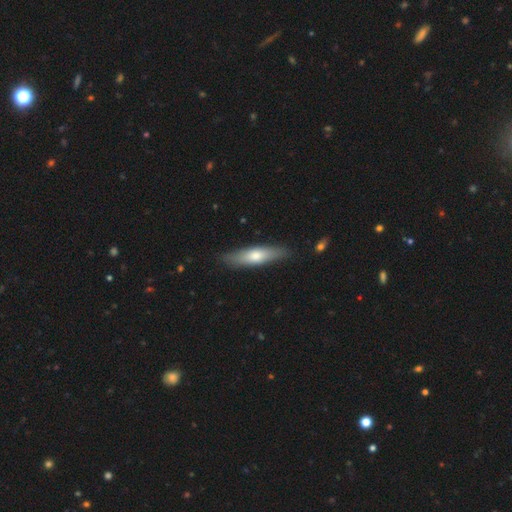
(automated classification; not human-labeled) smooth 63%, featured or disk 32%, star or artifact 5%. Down the decision tree: how rounded — cigar-shaped (68%); merging — none (85%).